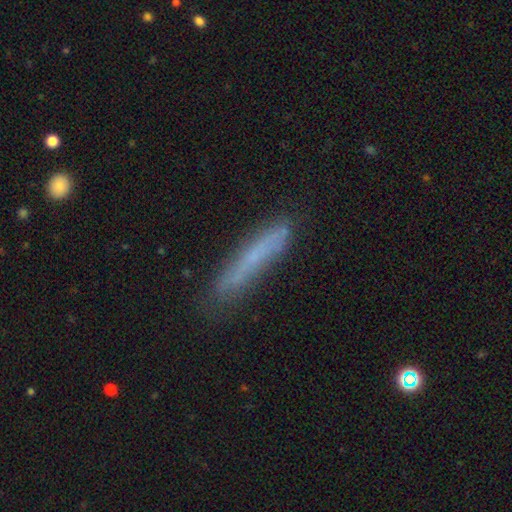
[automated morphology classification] smooth-or-featured: smooth: 58% | featured or disk: 34% | star or artifact: 9%
  how-rounded: cigar-shaped: 93% | in between: 6% | round: 1%
  merging: none: 79% | minor disturbance: 16% | major disturbance: 3% | merger: 2%